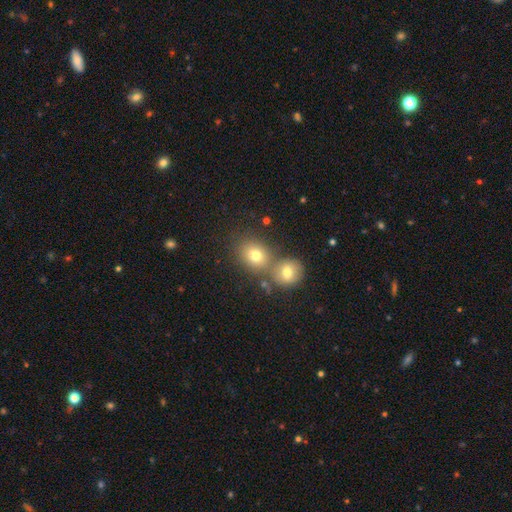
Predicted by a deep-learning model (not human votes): This appears to be a smooth galaxy with no disk features (76%) that is round (66%). Merging: none (51%).